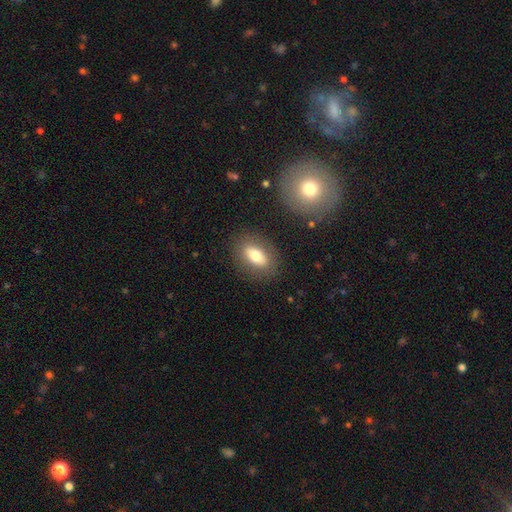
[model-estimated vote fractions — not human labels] Overall: smooth (71%). How rounded: in between (84%). Merging: none (83%).